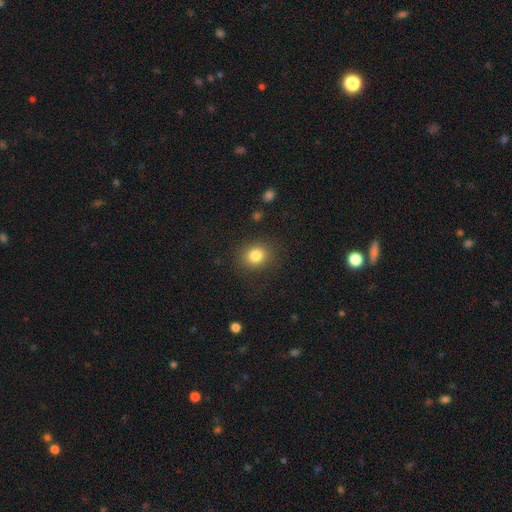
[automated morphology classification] This is clearly a smooth galaxy (83%). How rounded: likely round (71%). Merging: clearly none (85%).